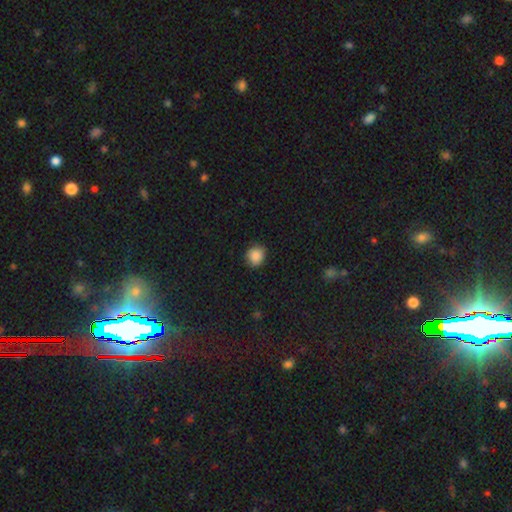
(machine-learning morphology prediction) Smooth or featured? smooth (87%)
How rounded? round (81%)
Merging? none (82%)